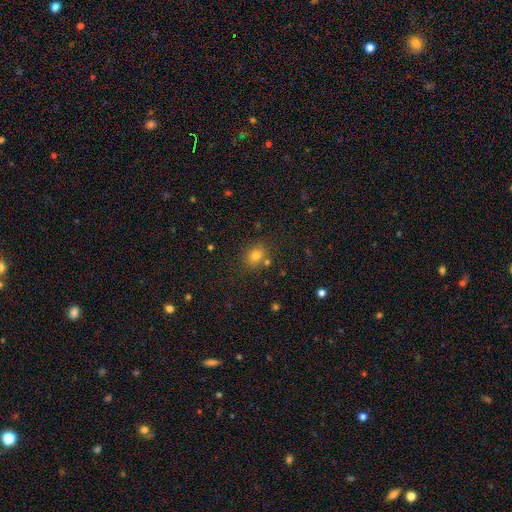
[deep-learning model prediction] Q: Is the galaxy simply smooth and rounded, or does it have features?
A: smooth — 75%.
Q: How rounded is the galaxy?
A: round — 55%.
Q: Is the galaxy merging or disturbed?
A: none — 77%.